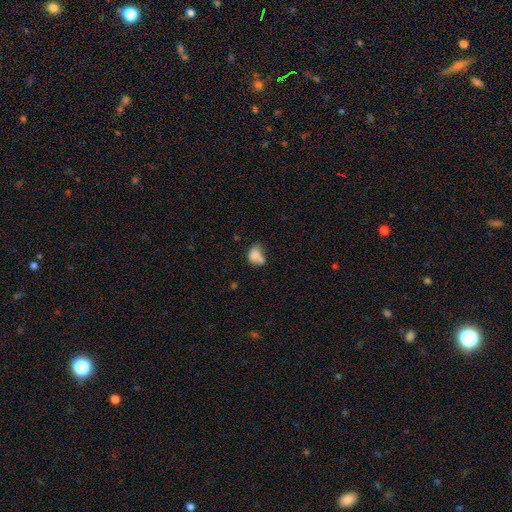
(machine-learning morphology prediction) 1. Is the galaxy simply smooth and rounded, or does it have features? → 76% smooth, 13% featured or disk, 10% star or artifact.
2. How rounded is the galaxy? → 65% in between, 34% round, 1% cigar-shaped.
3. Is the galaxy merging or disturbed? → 41% merger, 28% none, 20% minor disturbance, 11% major disturbance.